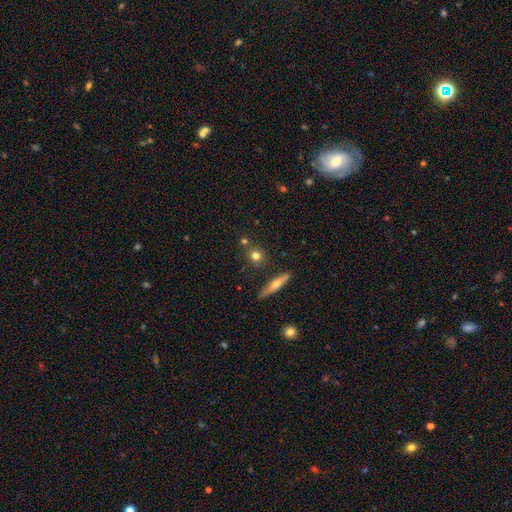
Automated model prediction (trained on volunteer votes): This appears to be a smooth galaxy with no disk features (71%) that is round (78%). Merging: none (75%).